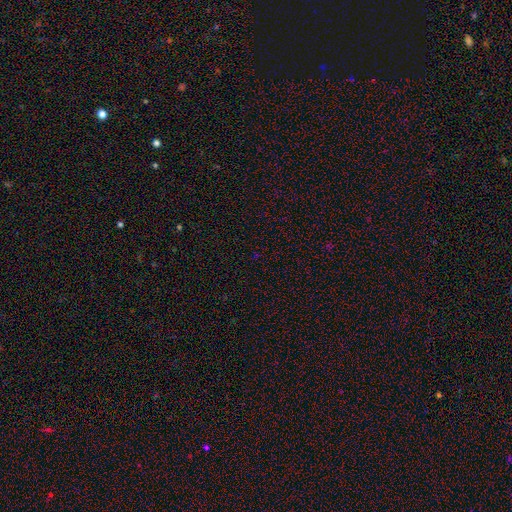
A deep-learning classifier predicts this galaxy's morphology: Smooth or featured: star or artifact — 69% (smooth — 24%)